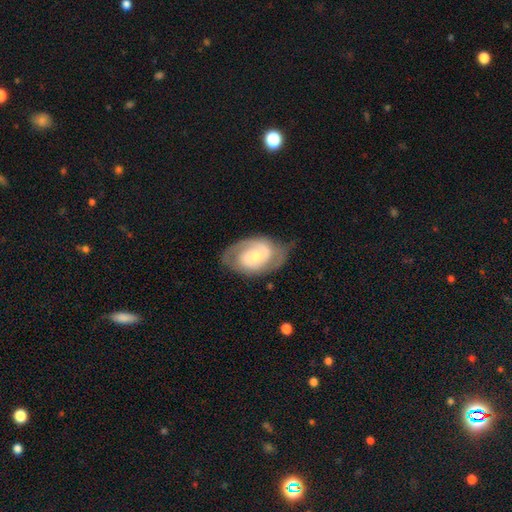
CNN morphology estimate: Smooth or featured?
  - featured or disk: 77% *
  - smooth: 18%
  - star or artifact: 5%
Edge-on disk?
  - no: 96% *
  - yes: 4%
Bar?
  - no: 49% *
  - weak: 40%
  - strong: 11%
Spiral arms?
  - yes: 91% *
  - no: 9%
Spiral winding?
  - tight: 43% * (tied)
  - medium: 43% * (tied)
  - loose: 13%
Spiral arm count?
  - 2: 74% *
  - can't tell: 13%
  - 1: 6%
  - 3: 4%
  - 4: 1%
  - more than 4: 1%
Bulge size?
  - small: 52% *
  - moderate: 41%
  - large: 4%
  - none: 2%
  - dominant: 1%
Merging?
  - none: 65% *
  - minor disturbance: 23%
  - major disturbance: 10%
  - merger: 2%